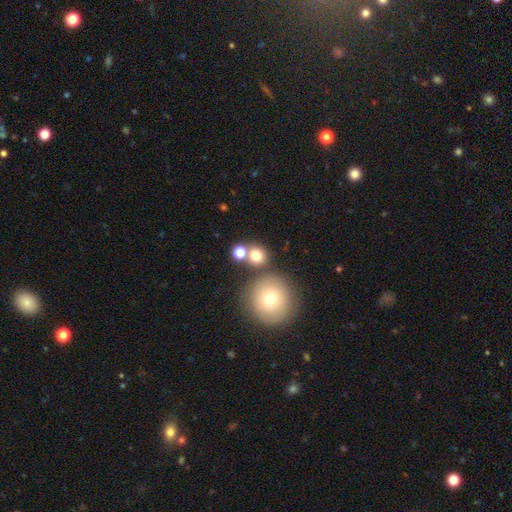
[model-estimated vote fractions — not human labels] smooth-or-featured: smooth: 75% | star or artifact: 14% | featured or disk: 11%
  how-rounded: round: 84% | in between: 15% | cigar-shaped: 1%
  merging: none: 62% | merger: 24% | minor disturbance: 9% | major disturbance: 4%